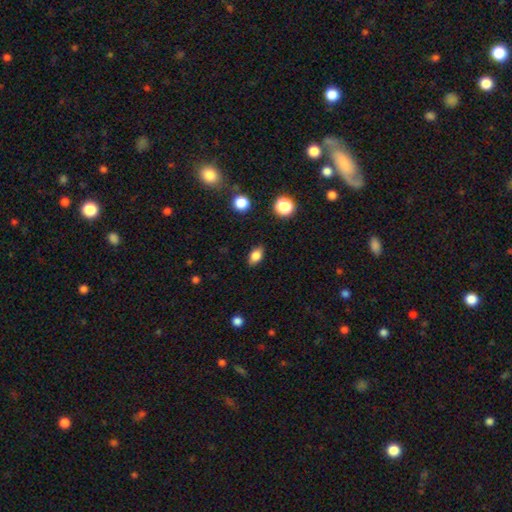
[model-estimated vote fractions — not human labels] The model was most divided on "how rounded": in between: 83%, round: 13%, cigar-shaped: 4%. More confident: merging — none (87%); smooth or featured — smooth (82%).